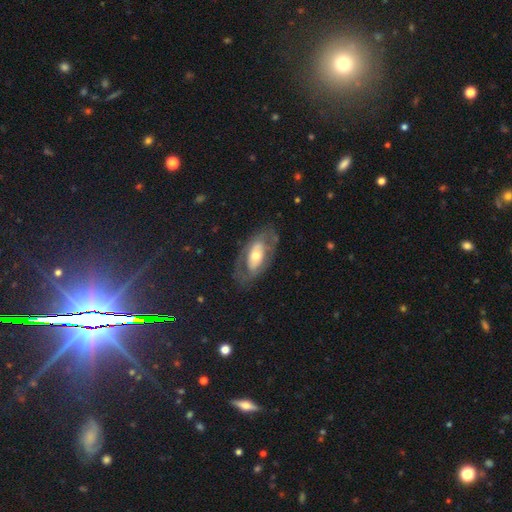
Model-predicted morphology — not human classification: A featured or disk galaxy (59%) with no bar (67%), no spiral arms (66%) and a moderate central bulge (60%).

Vote fractions:
- Smooth or featured? featured or disk: 59% / smooth: 35% / star or artifact: 6%
- Edge-on disk? no: 88% / yes: 12%
- Bar? no: 67% / weak: 19% / strong: 14%
- Spiral arms? no: 66% / yes: 34%
- Bulge size? moderate: 60% / small: 22% / large: 15% / dominant: 2% / none: 1%
- Merging? none: 70% / minor disturbance: 16% / major disturbance: 12% / merger: 1%